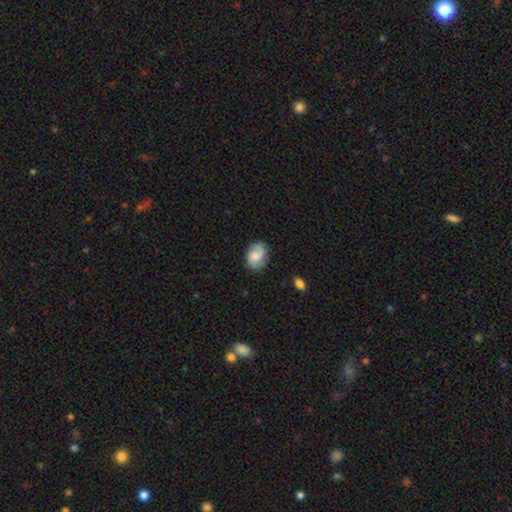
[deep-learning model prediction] This appears to be a featured or disk galaxy (48%). Merging: none (74%).